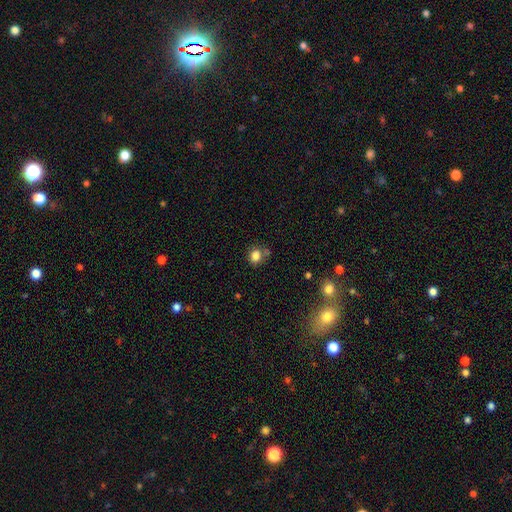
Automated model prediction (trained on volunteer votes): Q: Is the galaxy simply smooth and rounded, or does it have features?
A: smooth — 82%.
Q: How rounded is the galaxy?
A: round — 67%.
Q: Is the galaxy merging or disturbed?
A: none — 65%.